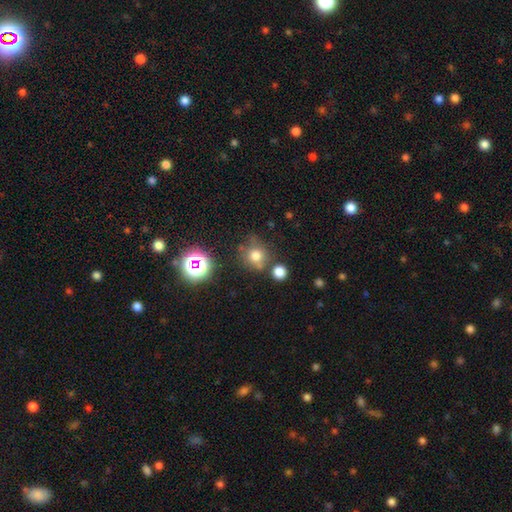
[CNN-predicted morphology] Smooth or featured? Predicted: smooth (p=0.70). How rounded? Predicted: round (p=0.86). Merging? Predicted: none (p=0.66).